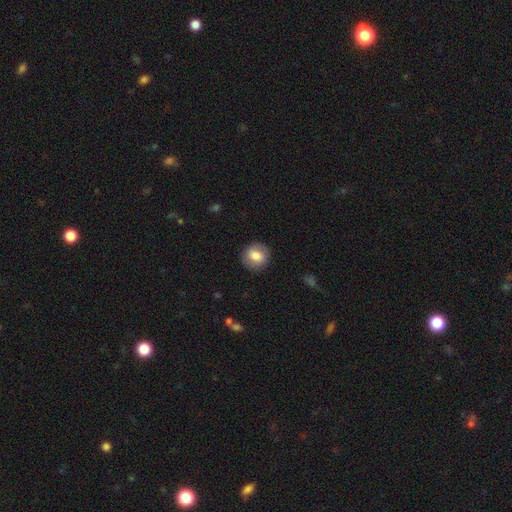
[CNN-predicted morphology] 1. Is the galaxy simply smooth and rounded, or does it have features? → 76% smooth, 16% featured or disk, 8% star or artifact.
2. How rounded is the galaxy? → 84% round, 15% in between, 1% cigar-shaped.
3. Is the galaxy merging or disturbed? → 87% none, 9% minor disturbance, 3% major disturbance, 1% merger.